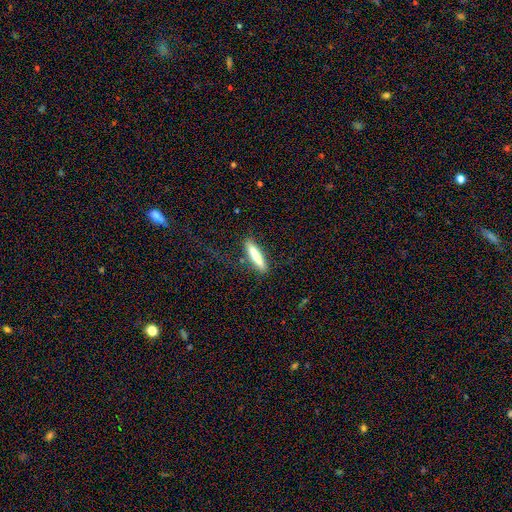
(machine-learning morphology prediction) Smooth or featured?
  - smooth: 77% *
  - featured or disk: 17%
  - star or artifact: 6%
How rounded?
  - cigar-shaped: 87% *
  - in between: 12%
  - round: 1%
Merging?
  - none: 84% *
  - minor disturbance: 11%
  - major disturbance: 3%
  - merger: 2%